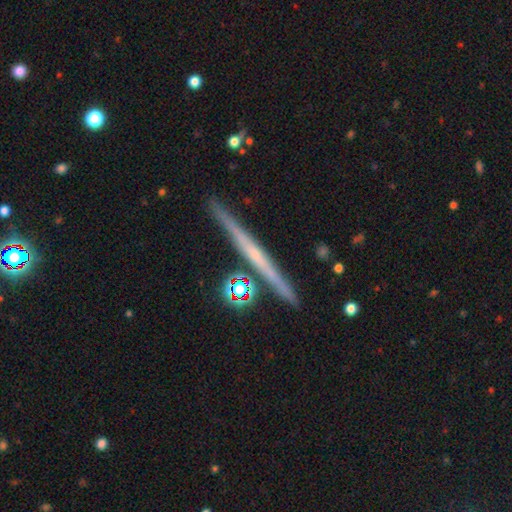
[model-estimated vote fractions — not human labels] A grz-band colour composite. It shows a featured or disk galaxy (66%) viewed edge-on (97%) with no central bulge (74%). Merging: none (88%).